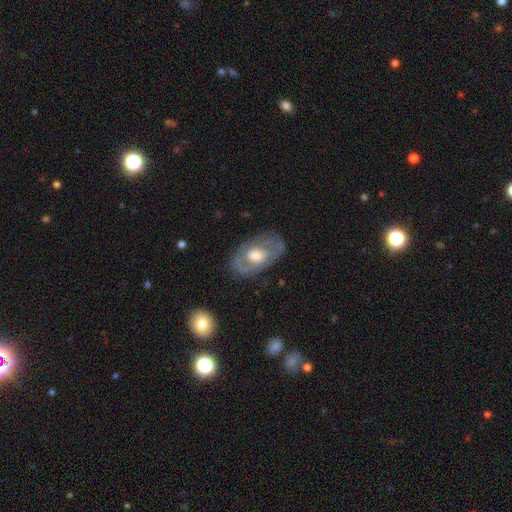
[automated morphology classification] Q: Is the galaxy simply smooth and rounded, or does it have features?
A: featured or disk — 66%.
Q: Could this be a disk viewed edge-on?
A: no — 94%.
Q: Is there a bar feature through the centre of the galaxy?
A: no — 71%.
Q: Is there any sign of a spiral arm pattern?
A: yes — 52%.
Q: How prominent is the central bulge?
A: moderate — 58%.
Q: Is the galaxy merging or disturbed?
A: none — 70%.